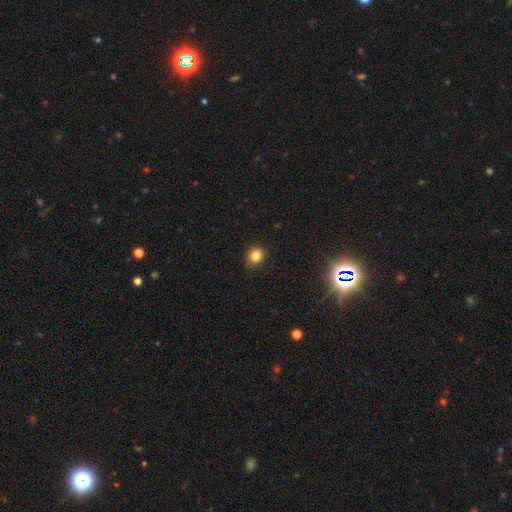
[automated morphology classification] type=smooth (83%); roundness=round (63%); merging=none (85%).